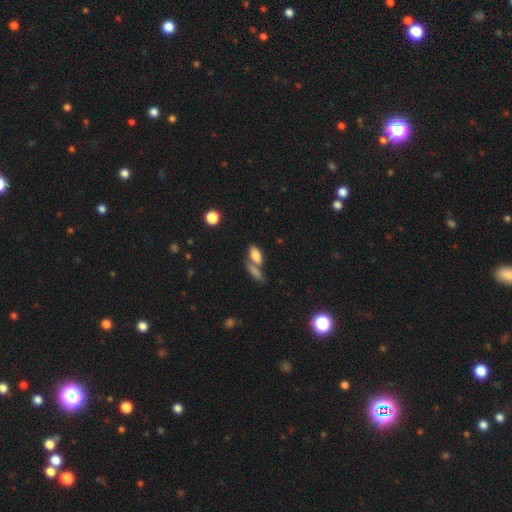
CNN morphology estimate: type=smooth (78%); roundness=in between (79%); merging=none (45%).